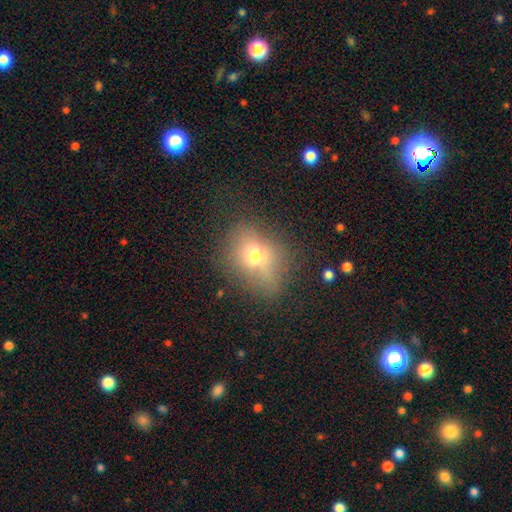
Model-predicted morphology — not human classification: A smooth galaxy with no disk features (61%) that is round (52%).

Vote fractions:
- Smooth or featured? smooth: 61% / featured or disk: 23% / star or artifact: 17%
- How rounded? round: 52% / in between: 46% / cigar-shaped: 2%
- Merging? none: 63% / minor disturbance: 21% / major disturbance: 13% / merger: 3%